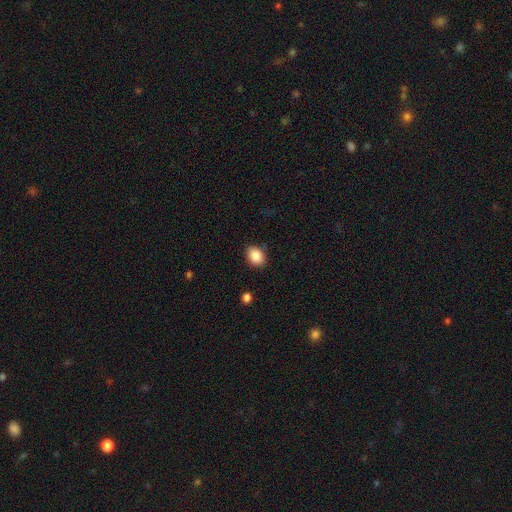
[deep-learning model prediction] Overall: smooth (87%). How rounded: in between (68%; round 31%). Merging: none (87%).